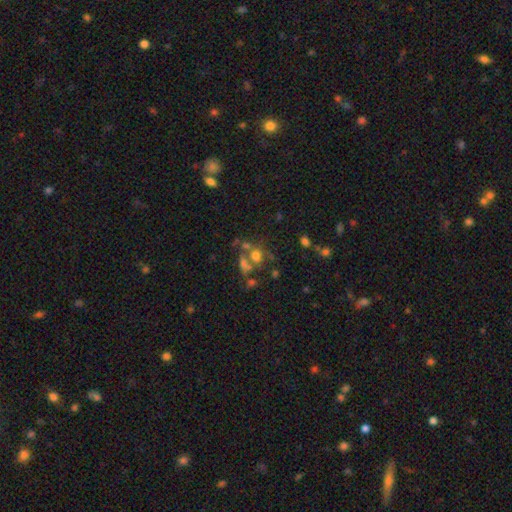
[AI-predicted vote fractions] Smooth or featured? smooth (54%)
How rounded? round (67%)
Merging? none (41%)